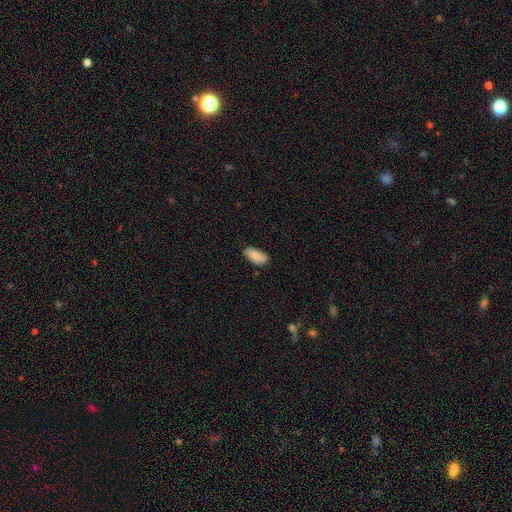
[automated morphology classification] smooth-or-featured: smooth: 87% | featured or disk: 6% | star or artifact: 6%
  how-rounded: in between: 92% | cigar-shaped: 7% | round: 2%
  merging: none: 81% | minor disturbance: 16% | major disturbance: 3% | merger: 1%